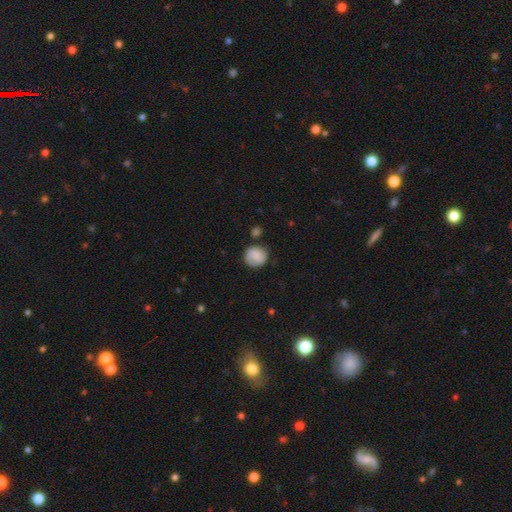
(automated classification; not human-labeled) The model was most divided on "merging": none: 74%, minor disturbance: 17%, major disturbance: 5%, merger: 4%. More confident: how rounded — round (86%); smooth or featured — smooth (82%).